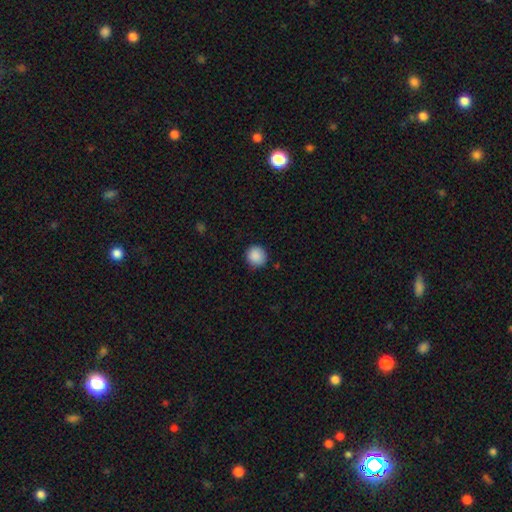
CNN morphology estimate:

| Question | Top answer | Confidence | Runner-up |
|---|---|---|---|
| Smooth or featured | smooth | 89% | star or artifact (8%) |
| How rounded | round | 92% | in between (7%) |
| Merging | none | 87% | minor disturbance (9%) |